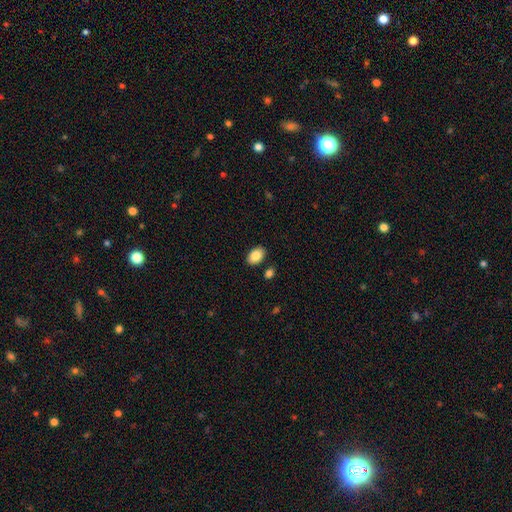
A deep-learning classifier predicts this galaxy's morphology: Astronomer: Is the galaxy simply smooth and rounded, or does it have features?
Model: smooth — 86%.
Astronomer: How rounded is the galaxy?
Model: in between — 87%.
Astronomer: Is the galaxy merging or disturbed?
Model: none — 86%.